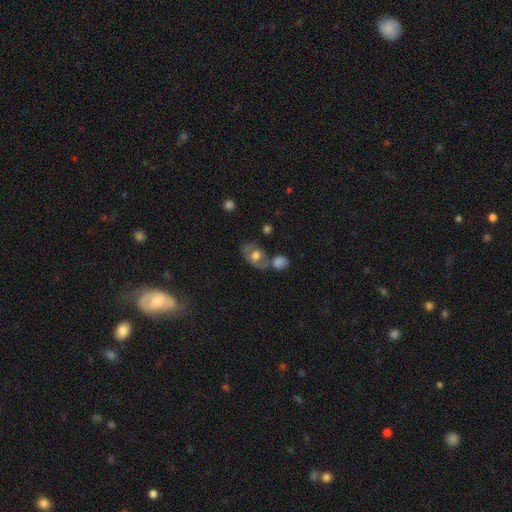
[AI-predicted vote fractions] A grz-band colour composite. It shows a smooth galaxy with no disk features (55%) that is in between round and cigar-shaped (76%). Merging: none (53%).